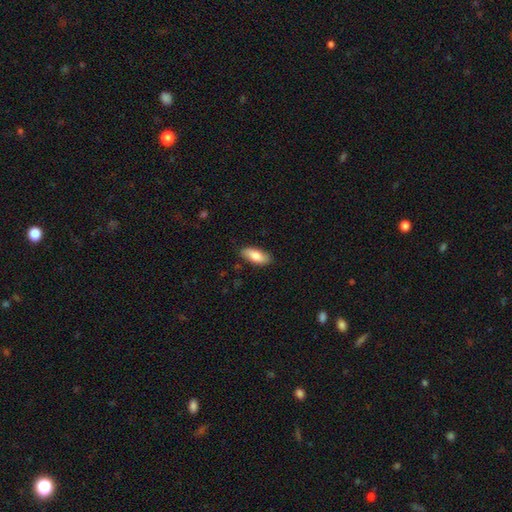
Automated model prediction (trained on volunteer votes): Q: Smooth or featured?
A: smooth (82%); runner-up: featured or disk (12%)
Q: How rounded?
A: in between (81%); runner-up: cigar-shaped (17%)
Q: Merging?
A: none (86%); runner-up: minor disturbance (11%)